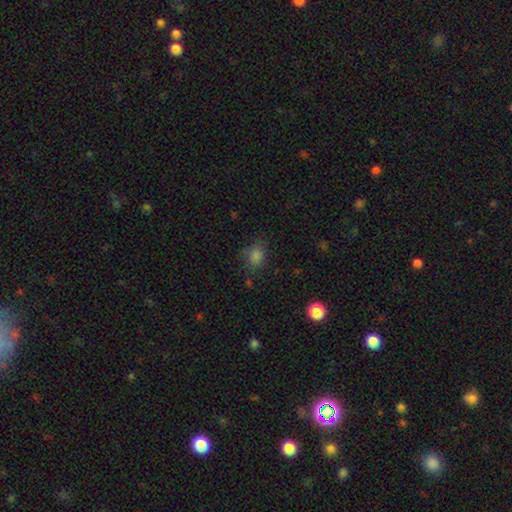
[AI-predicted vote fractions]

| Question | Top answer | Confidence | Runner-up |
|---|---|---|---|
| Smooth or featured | smooth | 78% | star or artifact (16%) |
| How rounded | round | 50% | in between (48%) |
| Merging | none | 73% | minor disturbance (18%) |